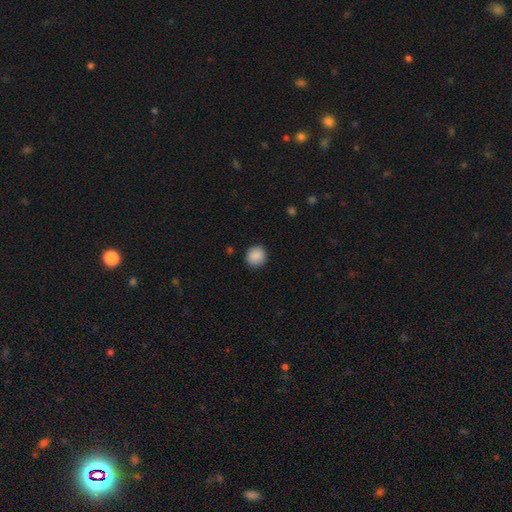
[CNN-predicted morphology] A smooth galaxy with no disk features (89%) that is round (90%).

Vote fractions:
- Smooth or featured? smooth: 89% / star or artifact: 8% / featured or disk: 3%
- How rounded? round: 90% / in between: 9% / cigar-shaped: 1%
- Merging? none: 90% / minor disturbance: 7% / major disturbance: 2% / merger: 1%